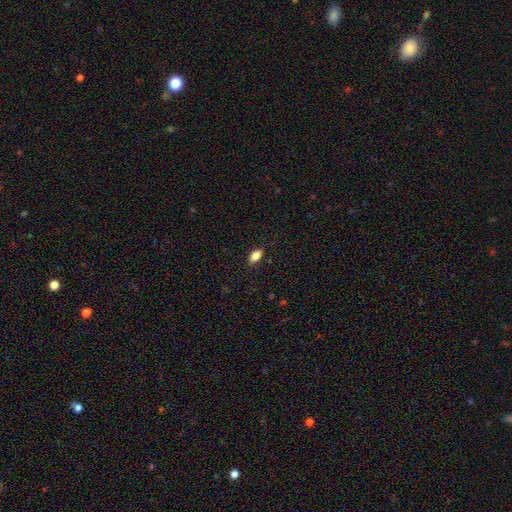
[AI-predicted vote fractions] A smooth galaxy with no disk features (82%) that is in between round and cigar-shaped (87%). Merging: none (86%).